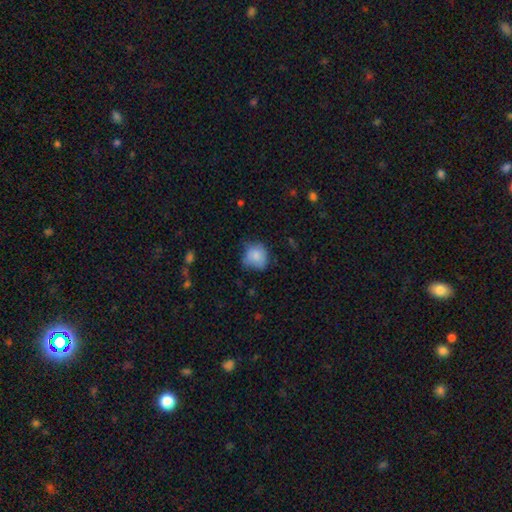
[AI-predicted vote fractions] This is likely a smooth galaxy (80%). How rounded: likely round (73%). Merging: possibly none (51%).